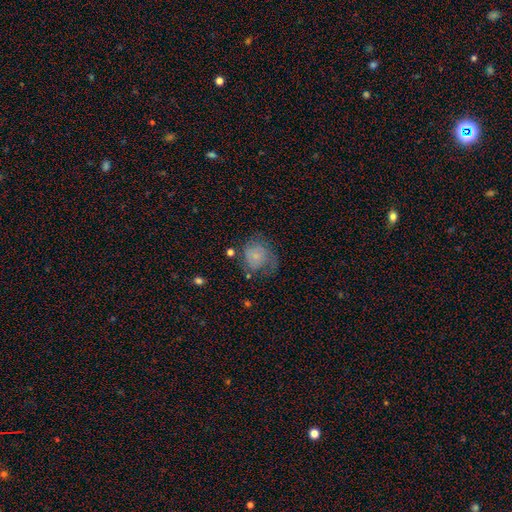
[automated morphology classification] smooth-or-featured: smooth: 55% | featured or disk: 36% | star or artifact: 10%
  how-rounded: round: 70% | in between: 29% | cigar-shaped: 1%
  merging: none: 42% | major disturbance: 28% | minor disturbance: 27% | merger: 3%